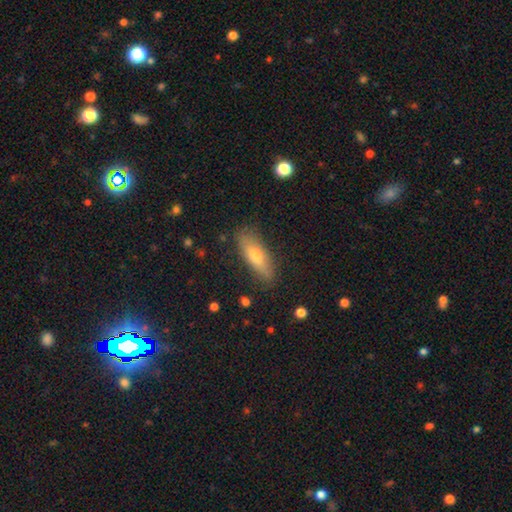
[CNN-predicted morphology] This appears to be a smooth galaxy with no disk features (63%) that is in between round and cigar-shaped (49%). Merging: none (84%).